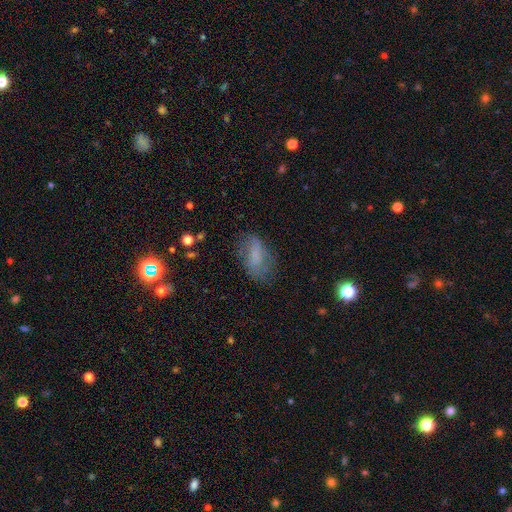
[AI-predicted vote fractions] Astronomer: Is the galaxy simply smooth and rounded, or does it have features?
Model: smooth — 62%.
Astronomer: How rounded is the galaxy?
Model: in between — 86%.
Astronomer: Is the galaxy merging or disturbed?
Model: none — 57%.